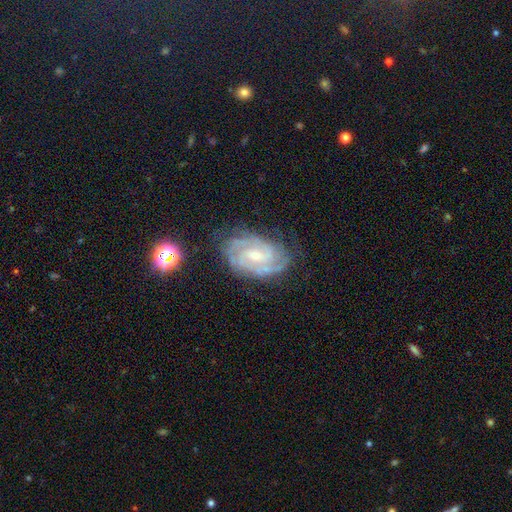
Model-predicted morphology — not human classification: smooth_or_featured: featured or disk (p=0.87) [alt: smooth p=0.07]
disk_edge_on: no (p=0.97) [alt: yes p=0.03]
bar: weak (p=0.47) [alt: no p=0.40]
has_spiral_arms: yes (p=0.98) [alt: no p=0.02]
spiral_winding: tight (p=0.68) [alt: medium p=0.28]
spiral_arm_count: 2 (p=0.36) [alt: 3 p=0.27]
bulge_size: small (p=0.62) [alt: moderate p=0.33]
merging: none (p=0.75) [alt: minor disturbance p=0.18]